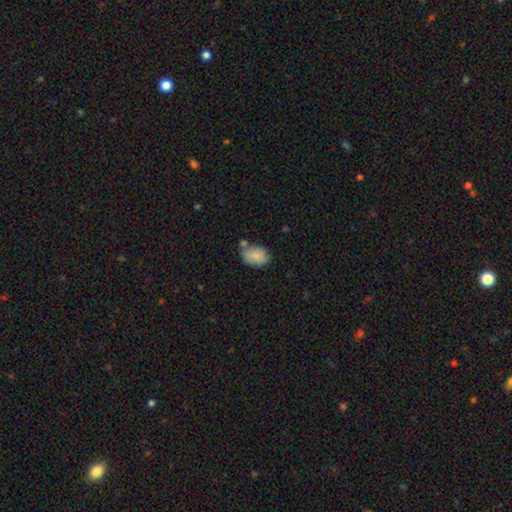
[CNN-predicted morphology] Q: Smooth or featured?
A: smooth (85%); runner-up: featured or disk (8%)
Q: How rounded?
A: in between (83%); runner-up: round (16%)
Q: Merging?
A: none (61%); runner-up: minor disturbance (22%)